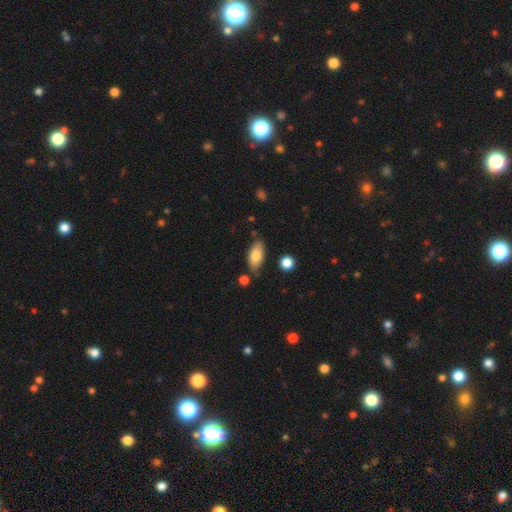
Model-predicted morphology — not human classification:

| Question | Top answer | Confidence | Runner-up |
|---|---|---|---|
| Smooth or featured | smooth | 78% | featured or disk (15%) |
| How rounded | in between | 87% | cigar-shaped (10%) |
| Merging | none | 77% | minor disturbance (15%) |